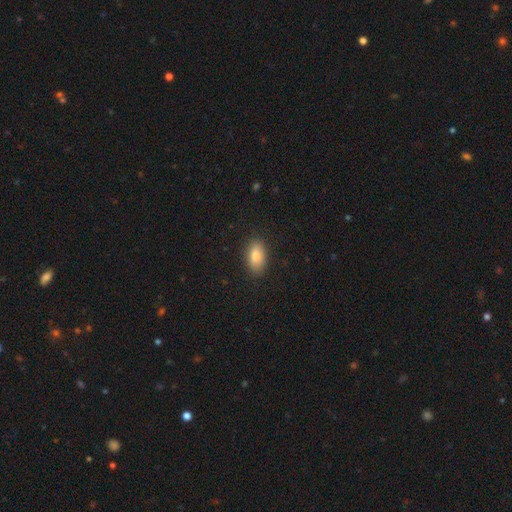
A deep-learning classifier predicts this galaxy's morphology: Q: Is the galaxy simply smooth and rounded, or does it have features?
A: smooth — 83%.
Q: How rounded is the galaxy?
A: in between — 90%.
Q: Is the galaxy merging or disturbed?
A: none — 89%.